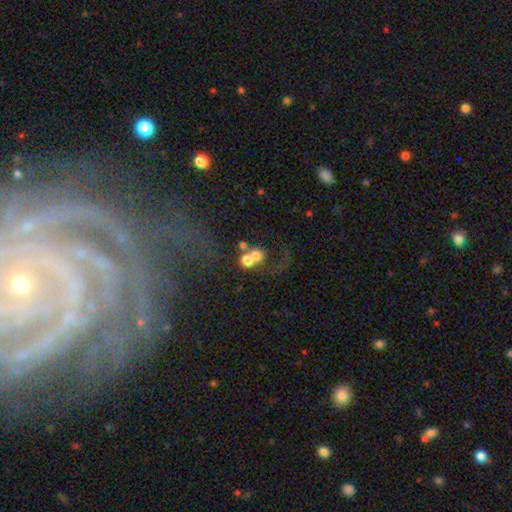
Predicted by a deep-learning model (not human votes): smooth 61%, featured or disk 24%, star or artifact 14%. Down the decision tree: how rounded — round (78%); merging — merger (58%).